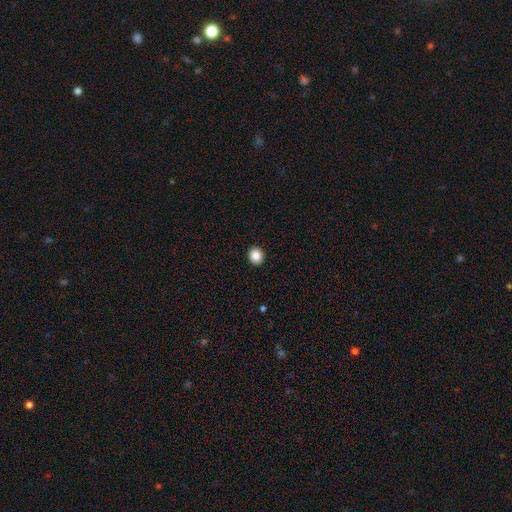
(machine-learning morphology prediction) This appears to be a smooth galaxy with no disk features (87%) that is round (79%). Merging: none (92%).